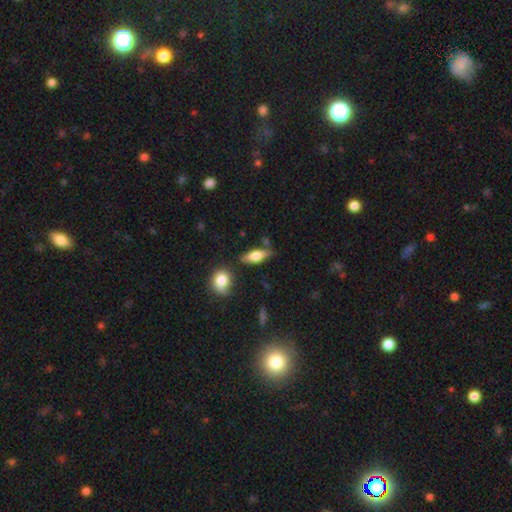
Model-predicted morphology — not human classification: The model was most divided on "smooth or featured": smooth: 57%, featured or disk: 35%, star or artifact: 8%. More confident: merging — none (74%); how rounded — in between (63%).